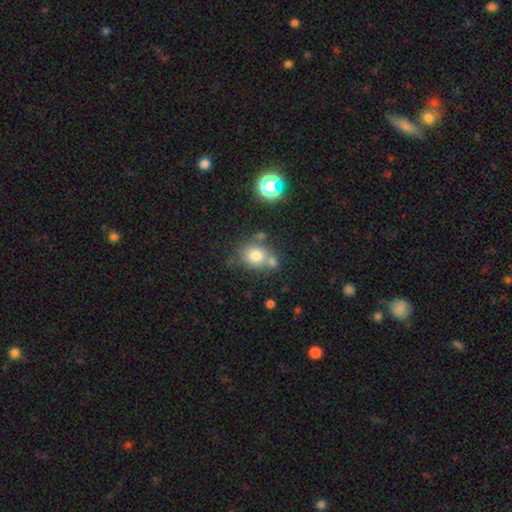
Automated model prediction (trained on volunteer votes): The model was most divided on "how rounded": round: 64%, in between: 35%, cigar-shaped: 1%. More confident: smooth or featured — smooth (76%); merging — none (54%).